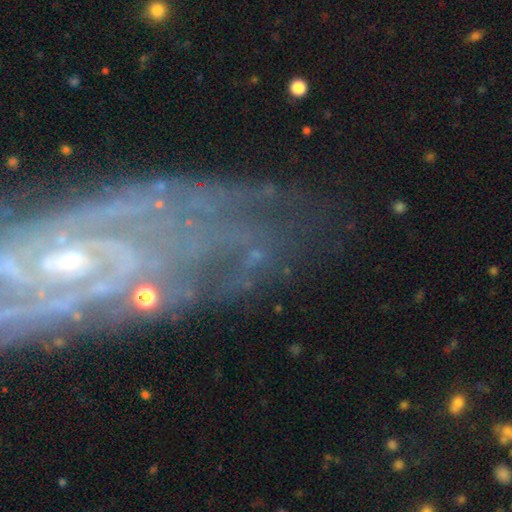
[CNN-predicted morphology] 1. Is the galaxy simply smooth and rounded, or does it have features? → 41% star or artifact, 40% featured or disk, 20% smooth.